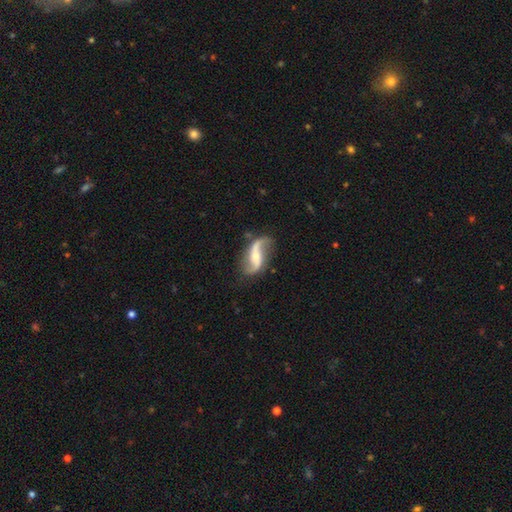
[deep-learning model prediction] This appears to be a featured or disk galaxy (86%) with no bar (39%), 2 (92%) loose (83%) spiral arms (96%) and a small central bulge (46%). Merging: none (73%).